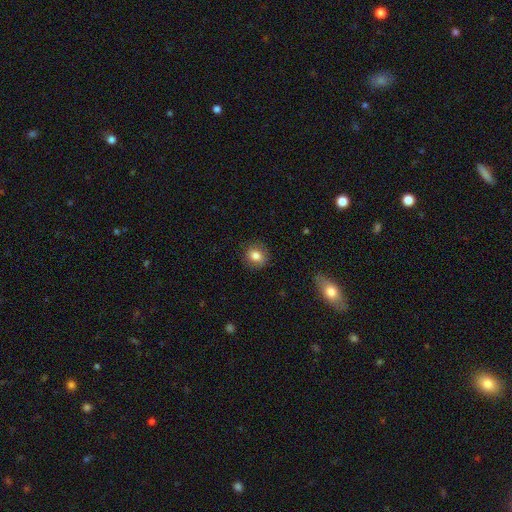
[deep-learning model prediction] Smooth or featured: smooth — 81% (star or artifact — 9%)
How rounded: round — 78% (in between — 21%)
Merging: none — 86% (minor disturbance — 10%)